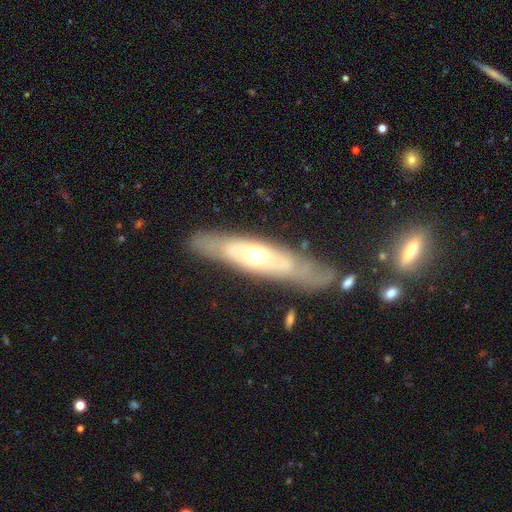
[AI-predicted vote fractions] This appears to be a featured or disk galaxy (62%). Merging: none (74%).